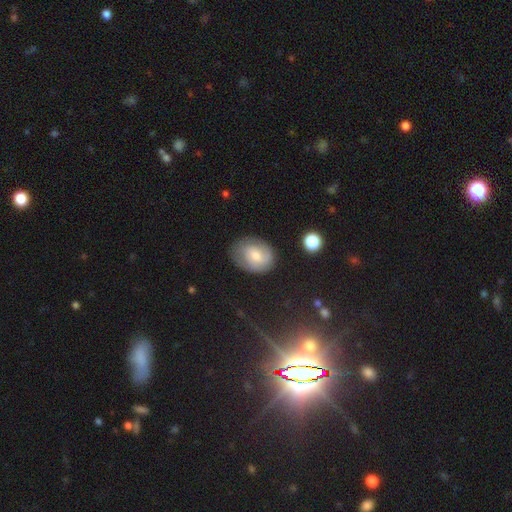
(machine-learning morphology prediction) Smooth or featured?
  - smooth: 49% *
  - featured or disk: 42%
  - star or artifact: 9%
Merging?
  - none: 72% *
  - minor disturbance: 20%
  - major disturbance: 6%
  - merger: 2%